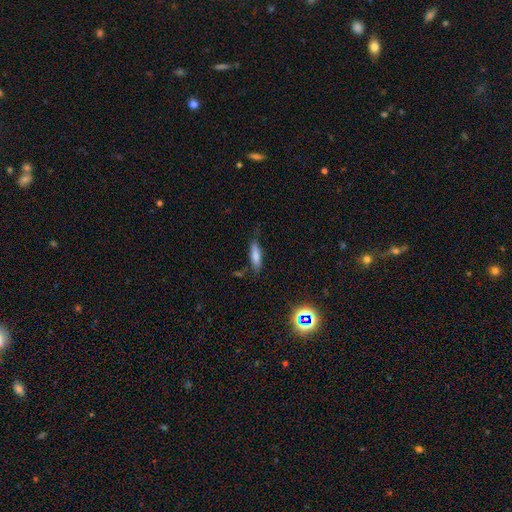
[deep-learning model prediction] This appears to be a smooth galaxy with no disk features (75%) that is cigar-shaped (61%). Merging: none (69%).